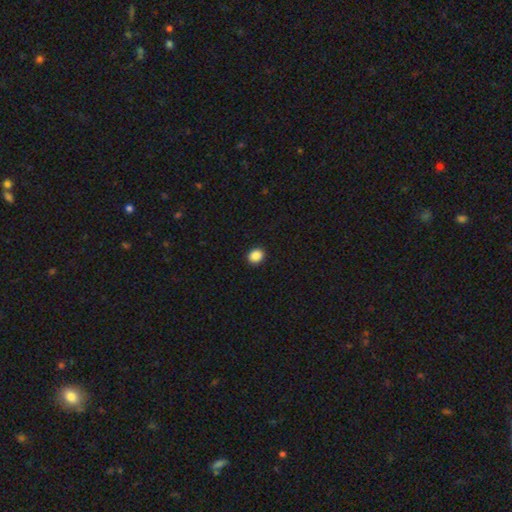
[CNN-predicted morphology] smooth 89%, star or artifact 9%, featured or disk 2%. Down the decision tree: how rounded — round (62%); merging — none (92%).